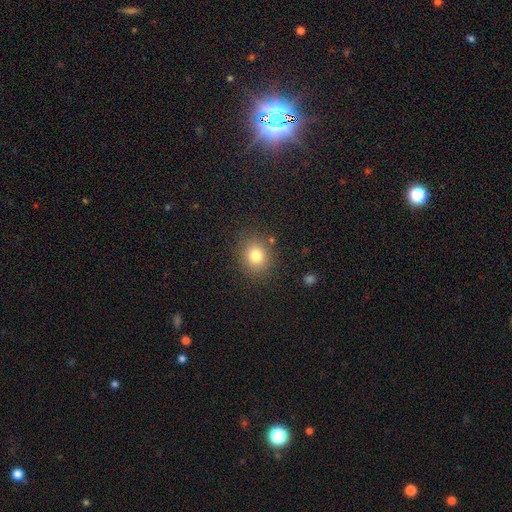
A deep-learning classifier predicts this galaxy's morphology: type=smooth (79%); roundness=round (74%); merging=none (86%).